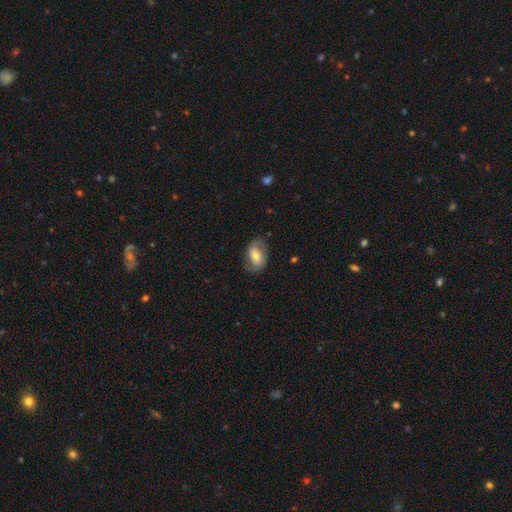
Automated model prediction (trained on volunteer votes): Overall: featured or disk (52%; smooth 41%). Edge-on disk: no (95%). Merging: none (71%).